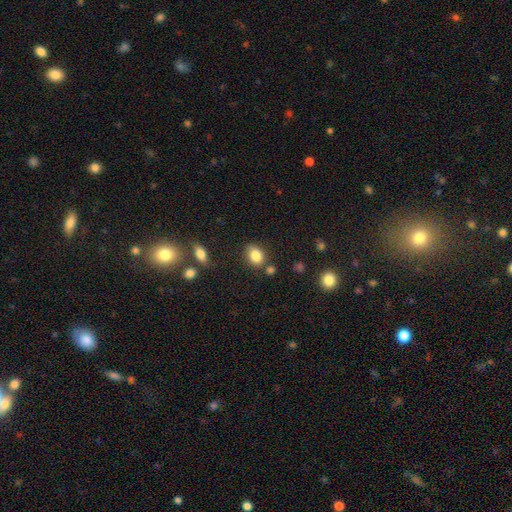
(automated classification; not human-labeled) Smooth or featured?
  - smooth: 84% *
  - star or artifact: 9%
  - featured or disk: 7%
How rounded?
  - in between: 68% *
  - round: 31%
  - cigar-shaped: 1%
Merging?
  - none: 69% *
  - minor disturbance: 18%
  - merger: 9%
  - major disturbance: 5%